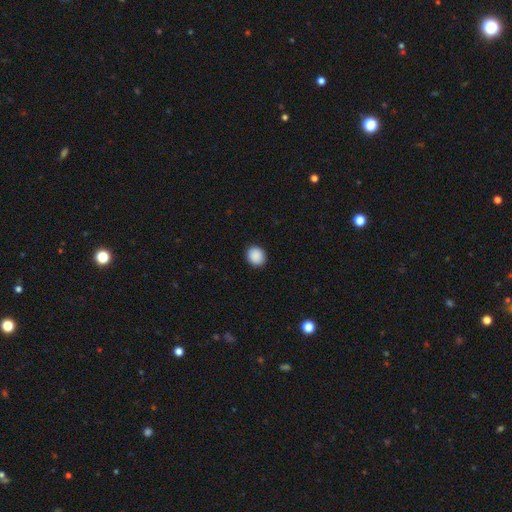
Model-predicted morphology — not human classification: Smooth or featured: smooth — 90% (star or artifact — 8%)
How rounded: round — 79% (in between — 20%)
Merging: none — 91% (minor disturbance — 6%)